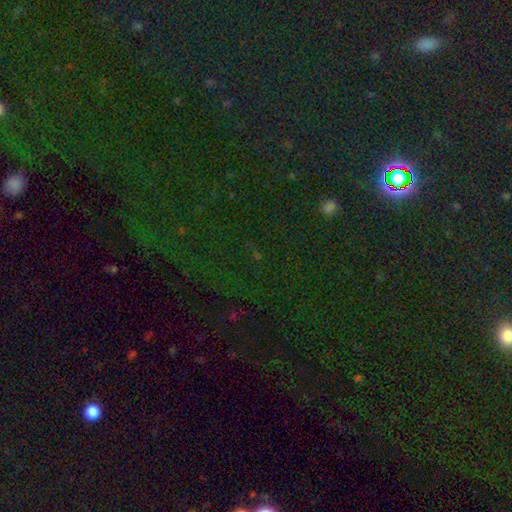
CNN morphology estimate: This is likely a star or artifact rather than a galaxy (78%).